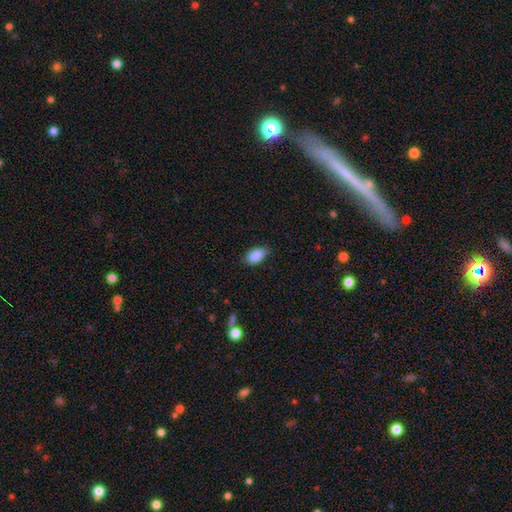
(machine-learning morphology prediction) Smooth or featured?
  - smooth: 89% *
  - star or artifact: 7%
  - featured or disk: 4%
How rounded?
  - in between: 92% *
  - round: 5%
  - cigar-shaped: 3%
Merging?
  - none: 71% *
  - minor disturbance: 24%
  - major disturbance: 4%
  - merger: 1%